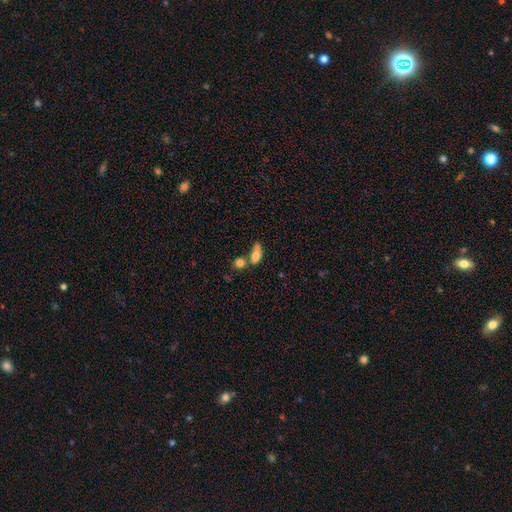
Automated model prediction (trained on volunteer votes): This is likely a smooth galaxy (73%). How rounded: likely in between (70%). Merging: possibly merger (46%).